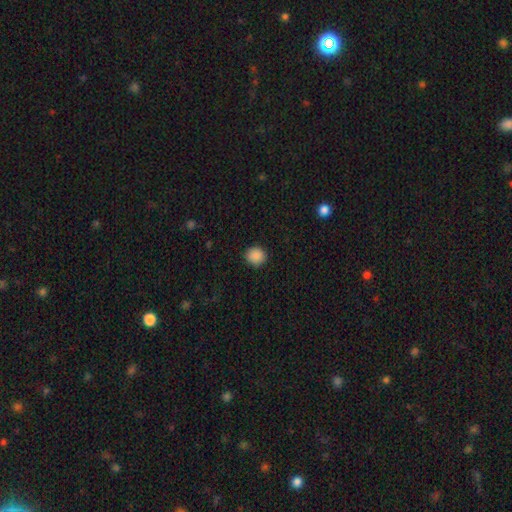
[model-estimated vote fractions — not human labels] Smooth or featured?
  - smooth: 89% *
  - star or artifact: 9%
  - featured or disk: 2%
How rounded?
  - round: 85% *
  - in between: 14%
  - cigar-shaped: 1%
Merging?
  - none: 91% *
  - minor disturbance: 6%
  - major disturbance: 2%
  - merger: 1%